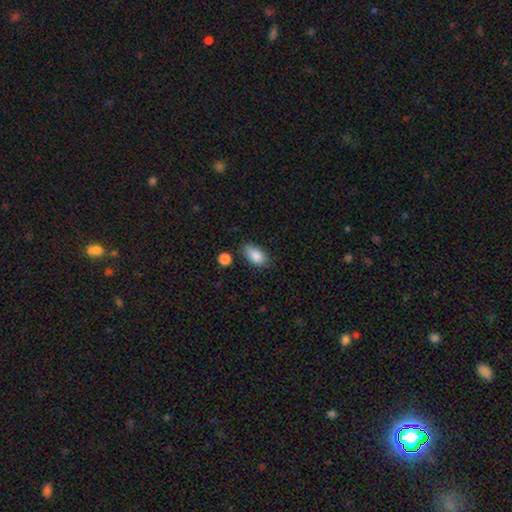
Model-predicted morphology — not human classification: smooth 86%, star or artifact 8%, featured or disk 6%. Down the decision tree: how rounded — in between (89%); merging — none (69%).